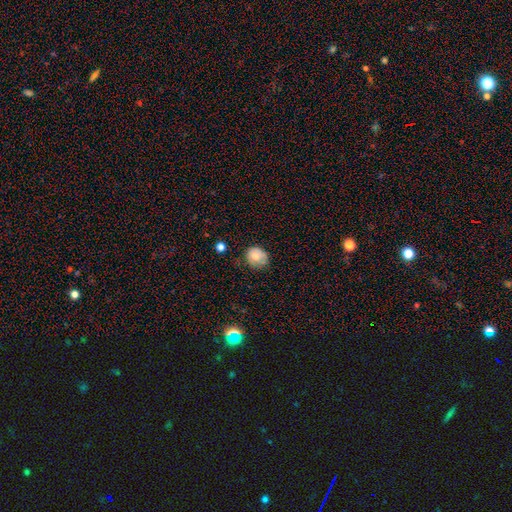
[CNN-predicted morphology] A smooth galaxy with no disk features (66%) that is round (76%). Merging: none (68%).